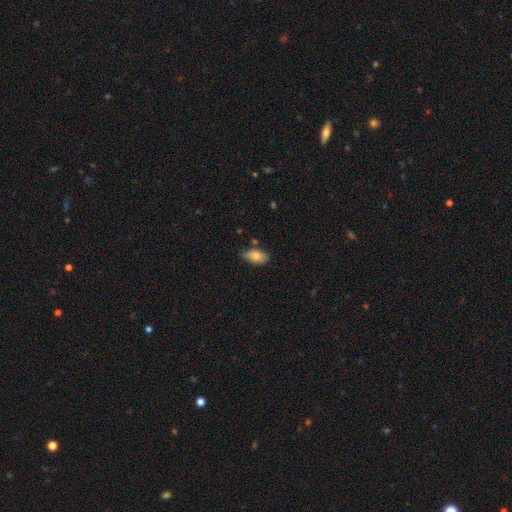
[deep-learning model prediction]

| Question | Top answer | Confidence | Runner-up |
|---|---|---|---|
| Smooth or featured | smooth | 77% | featured or disk (15%) |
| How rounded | in between | 90% | round (7%) |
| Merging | none | 68% | minor disturbance (24%) |